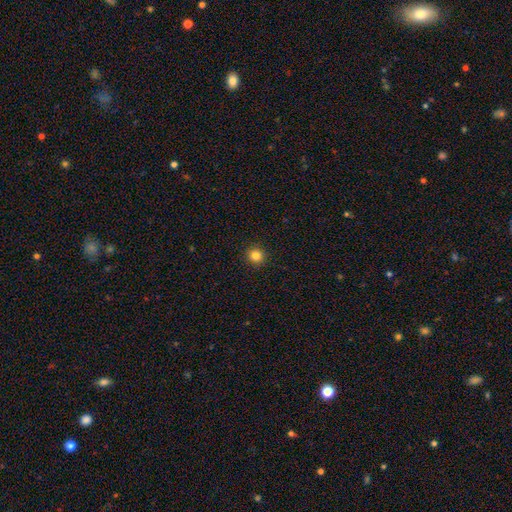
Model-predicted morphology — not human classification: Overall: smooth (82%). How rounded: round (94%). Merging: none (93%).